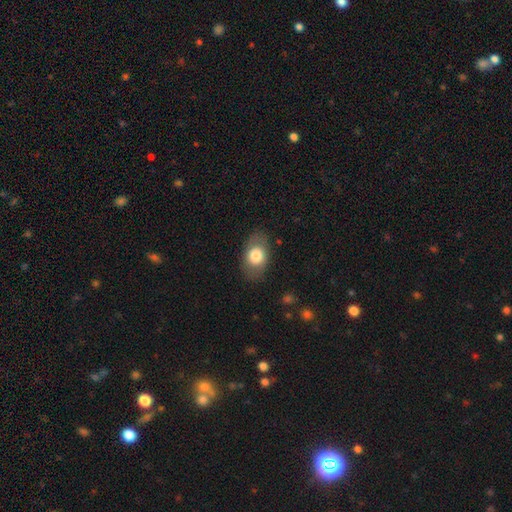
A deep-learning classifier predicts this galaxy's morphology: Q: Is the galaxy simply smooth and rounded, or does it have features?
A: smooth — 73%.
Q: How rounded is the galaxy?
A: in between — 82%.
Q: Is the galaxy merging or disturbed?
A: none — 82%.